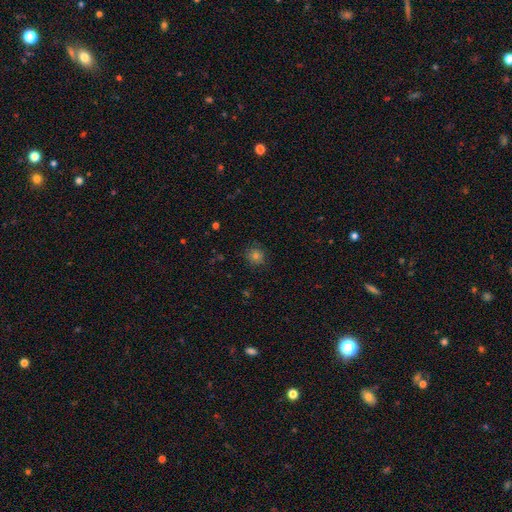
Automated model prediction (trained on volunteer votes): Smooth or featured? Predicted: smooth (p=0.75). How rounded? Predicted: round (p=0.90). Merging? Predicted: none (p=0.86).